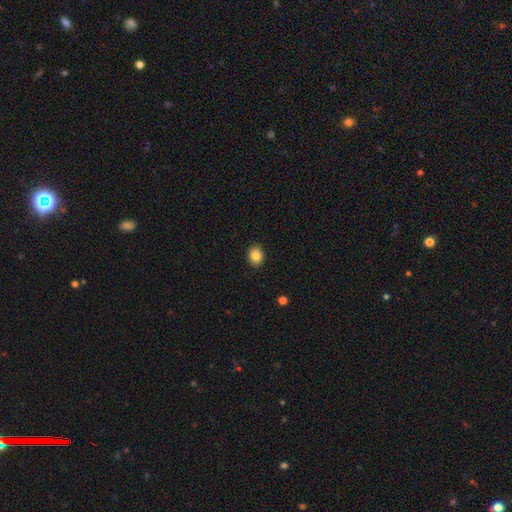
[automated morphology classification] Smooth or featured? Predicted: smooth (p=0.85). How rounded? Predicted: round (p=0.55). Merging? Predicted: none (p=0.91).